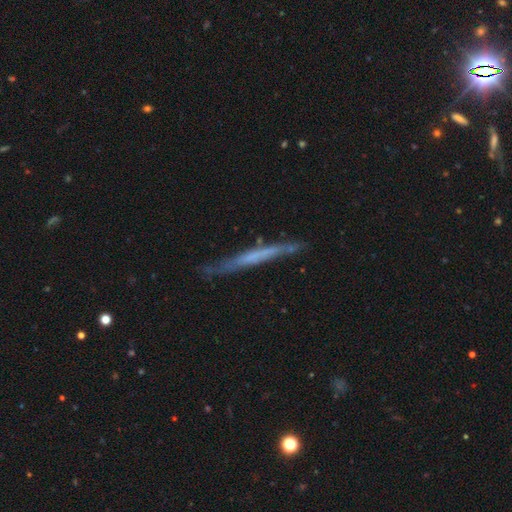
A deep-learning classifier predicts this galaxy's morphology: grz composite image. It shows a featured or disk galaxy (56%) viewed edge-on (94%) with no central bulge (82%). Merging: none (78%).